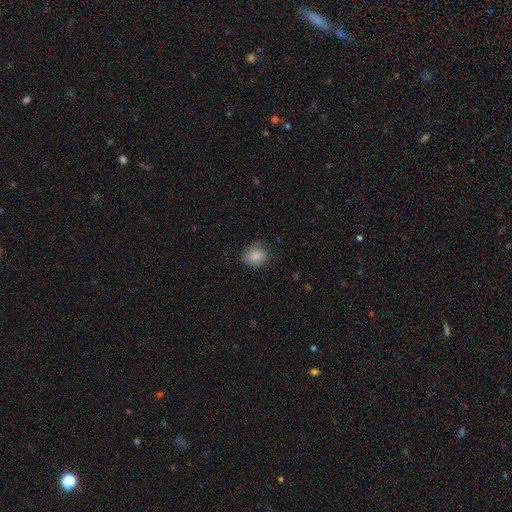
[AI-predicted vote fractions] This is clearly a smooth galaxy (85%). How rounded: likely round (65%). Merging: likely none (72%).